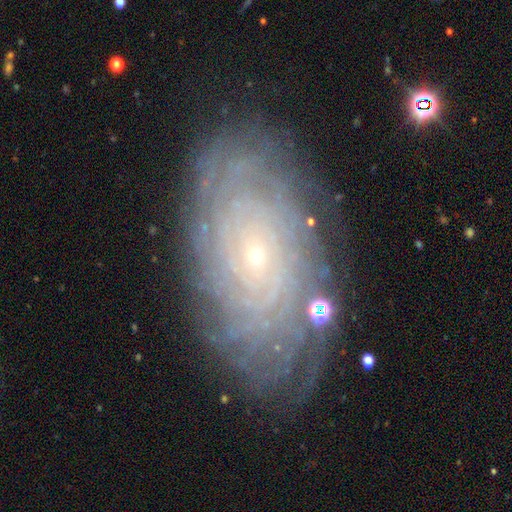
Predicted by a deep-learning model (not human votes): Morphology: type=featured or disk (82%); edge-on=no (95%); bar=no (82%); spiral arms=yes (95%); winding=tight (88%); arm count=can't tell (36%); bulge=small (87%); merging=none (82%).